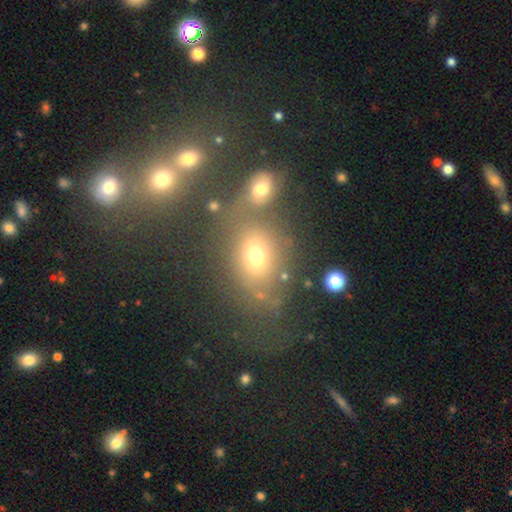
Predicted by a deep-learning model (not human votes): smooth 65%, star or artifact 19%, featured or disk 16%. Down the decision tree: how rounded — in between (60%); merging — none (55%).